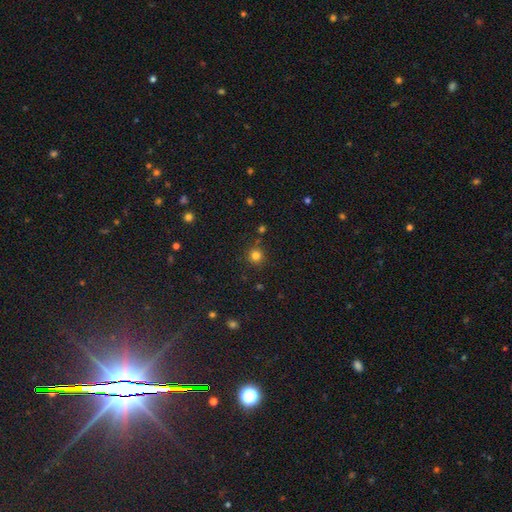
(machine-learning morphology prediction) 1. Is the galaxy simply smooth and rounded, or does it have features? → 80% smooth, 15% star or artifact, 5% featured or disk.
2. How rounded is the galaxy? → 94% round, 5% in between, 1% cigar-shaped.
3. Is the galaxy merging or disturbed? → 85% none, 8% minor disturbance, 4% merger, 3% major disturbance.